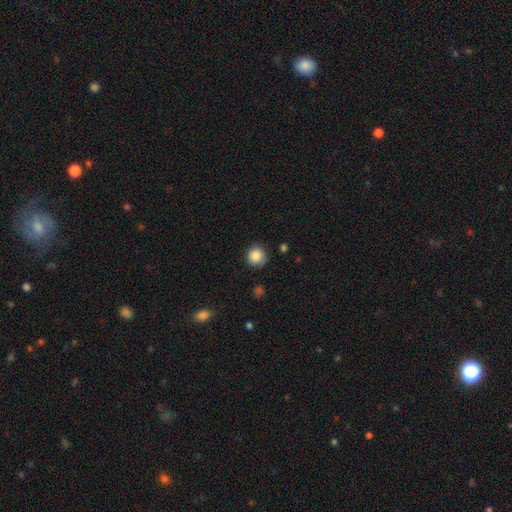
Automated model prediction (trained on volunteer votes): Overall: smooth (86%). How rounded: round (92%). Merging: none (83%).